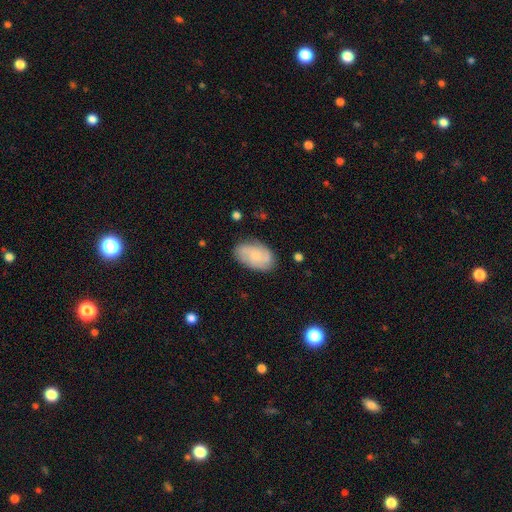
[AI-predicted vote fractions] Smooth or featured?
  - featured or disk: 56% *
  - smooth: 38%
  - star or artifact: 7%
Edge-on disk?
  - no: 96% *
  - yes: 4%
Bar?
  - no: 74% *
  - weak: 23%
  - strong: 3%
Spiral arms?
  - yes: 90% *
  - no: 10%
Bulge size?
  - small: 57% *
  - moderate: 30%
  - none: 10%
  - large: 2%
  - dominant: 1%
Merging?
  - none: 79% *
  - minor disturbance: 16%
  - major disturbance: 4%
  - merger: 1%